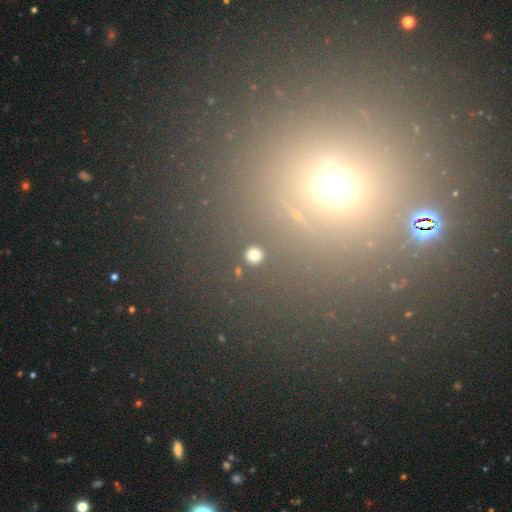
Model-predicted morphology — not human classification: Q: Smooth or featured?
A: smooth (78%); runner-up: star or artifact (18%)
Q: How rounded?
A: round (86%); runner-up: in between (12%)
Q: Merging?
A: none (88%); runner-up: minor disturbance (6%)